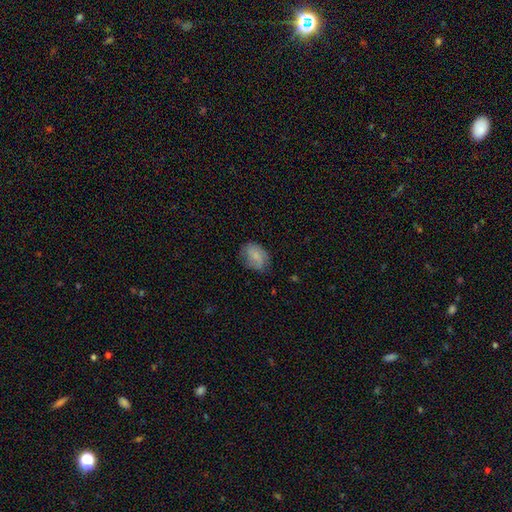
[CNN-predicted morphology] Overall: smooth (68%). How rounded: in between (75%). Merging: none (62%; minor disturbance 28%).